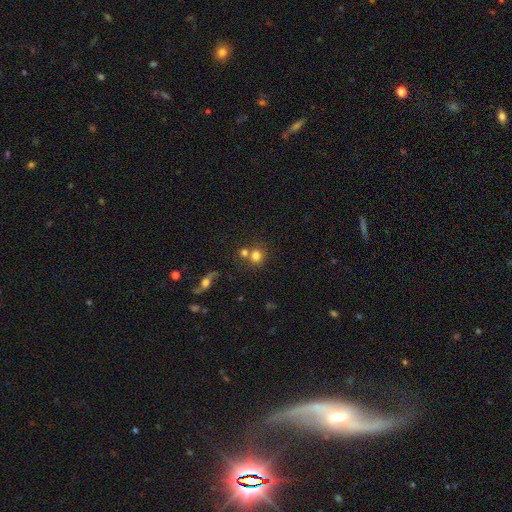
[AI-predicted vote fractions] smooth_or_featured: smooth (p=0.77) [alt: star or artifact p=0.12]
how_rounded: round (p=0.89) [alt: in between p=0.10]
merging: none (p=0.58) [alt: merger p=0.30]